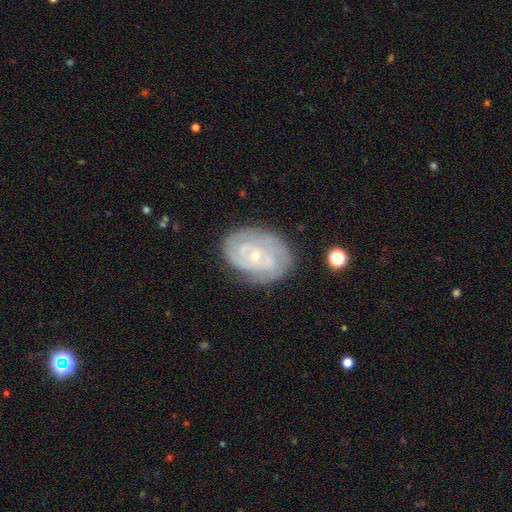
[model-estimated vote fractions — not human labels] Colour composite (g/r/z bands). It shows a featured or disk galaxy (76%) with no bar (78%), tight (73%) spiral arms (85%) and a small central bulge (77%). Merging: none (73%).